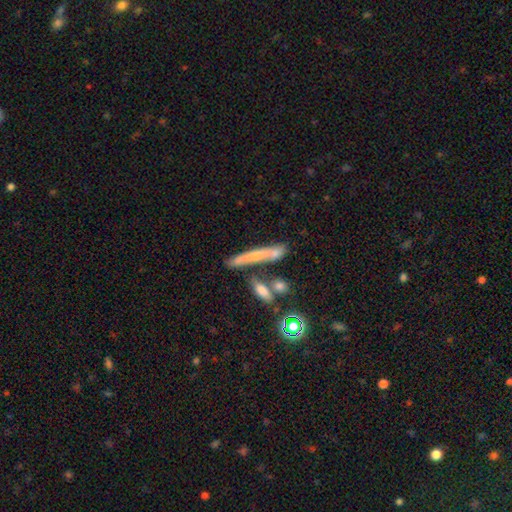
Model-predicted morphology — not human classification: A featured or disk galaxy (43%, tied with smooth). Merging: none (61%).